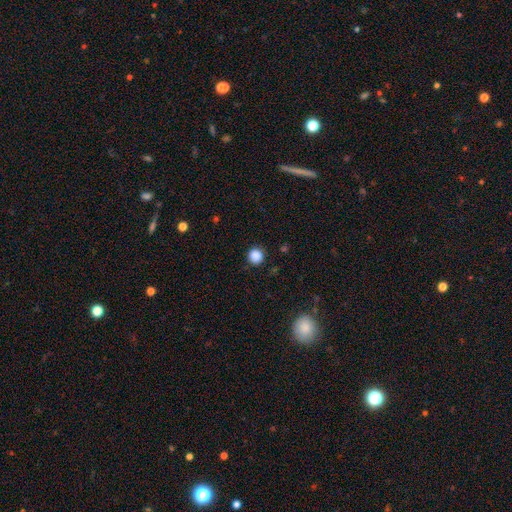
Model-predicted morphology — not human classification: This appears to be a smooth galaxy with no disk features (87%) that is round (94%). Merging: none (90%).